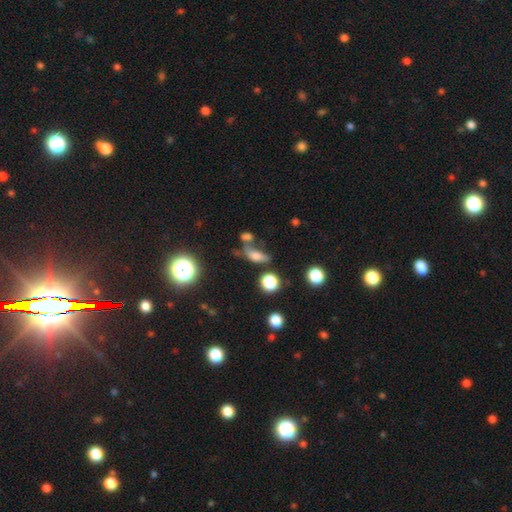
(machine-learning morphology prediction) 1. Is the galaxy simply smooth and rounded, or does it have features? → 61% smooth, 20% featured or disk, 19% star or artifact.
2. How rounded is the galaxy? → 62% in between, 23% cigar-shaped, 15% round.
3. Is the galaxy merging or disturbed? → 43% none, 25% merger, 19% minor disturbance, 14% major disturbance.